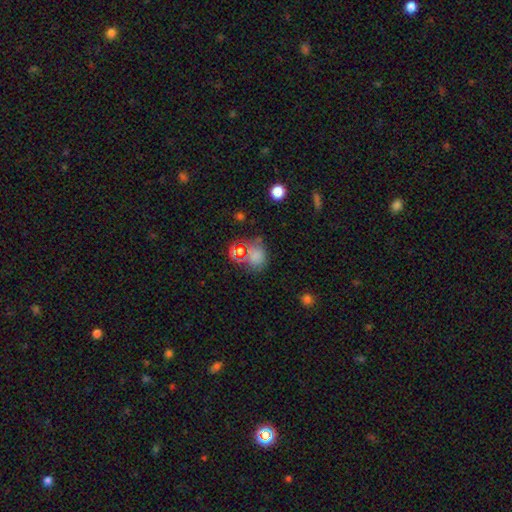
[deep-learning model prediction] Smooth or featured? smooth (67%)
How rounded? round (65%)
Merging? none (69%)